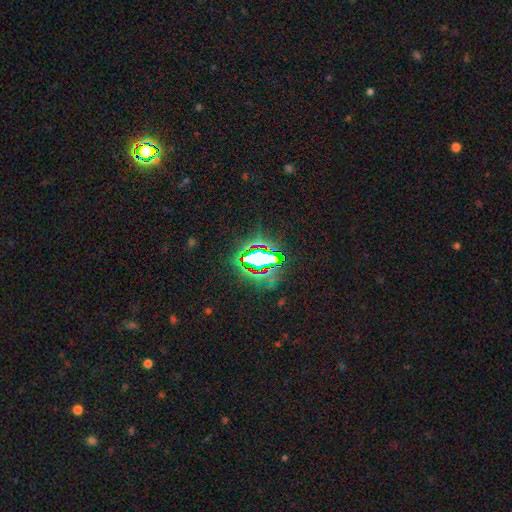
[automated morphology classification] smooth_or_featured: star or artifact (p=0.70) [alt: smooth p=0.17]